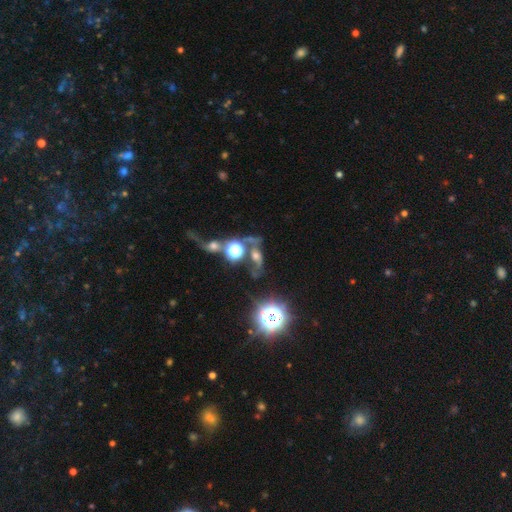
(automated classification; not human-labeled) Smooth or featured? Predicted: featured or disk (p=0.49). Merging? Predicted: none (p=0.35).